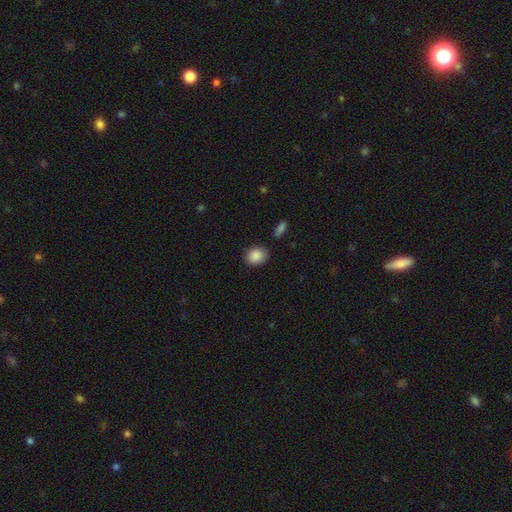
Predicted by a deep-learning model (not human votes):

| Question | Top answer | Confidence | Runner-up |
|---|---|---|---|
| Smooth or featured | smooth | 88% | star or artifact (7%) |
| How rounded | in between | 59% | round (40%) |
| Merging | none | 83% | minor disturbance (12%) |